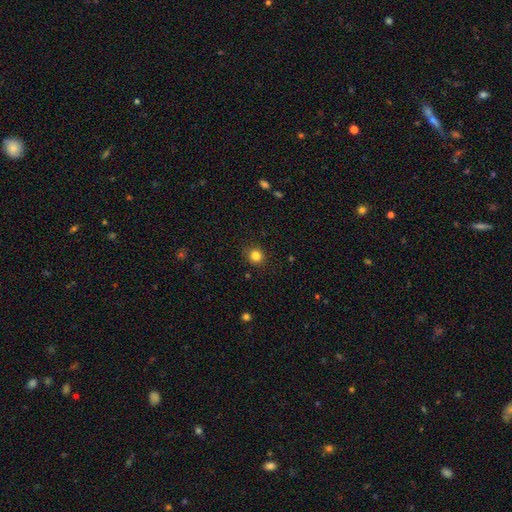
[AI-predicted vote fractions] smooth-or-featured: smooth: 83% | star or artifact: 12% | featured or disk: 5%
  how-rounded: round: 89% | in between: 10% | cigar-shaped: 1%
  merging: none: 89% | minor disturbance: 8% | major disturbance: 2% | merger: 1%